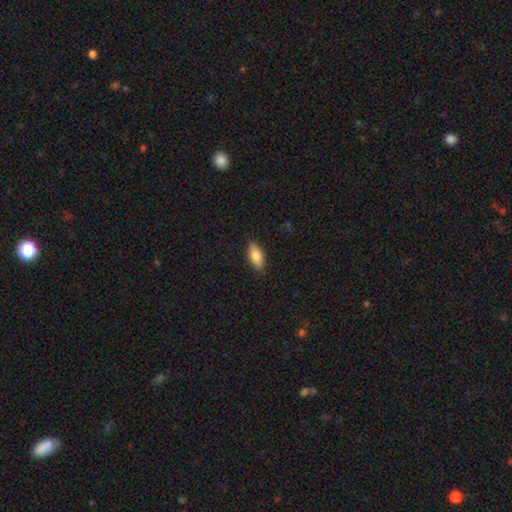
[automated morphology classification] smooth_or_featured: smooth (p=0.80) [alt: featured or disk p=0.14]
how_rounded: in between (p=0.87) [alt: cigar-shaped p=0.10]
merging: none (p=0.86) [alt: minor disturbance p=0.11]